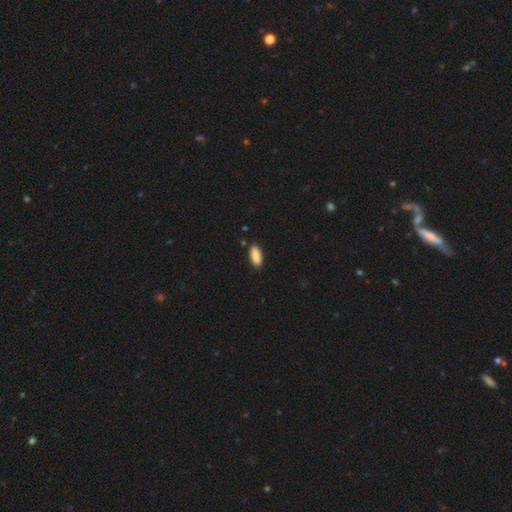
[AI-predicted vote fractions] The model was most divided on "how rounded": in between: 86%, cigar-shaped: 12%, round: 2%. More confident: smooth or featured — smooth (90%); merging — none (86%).